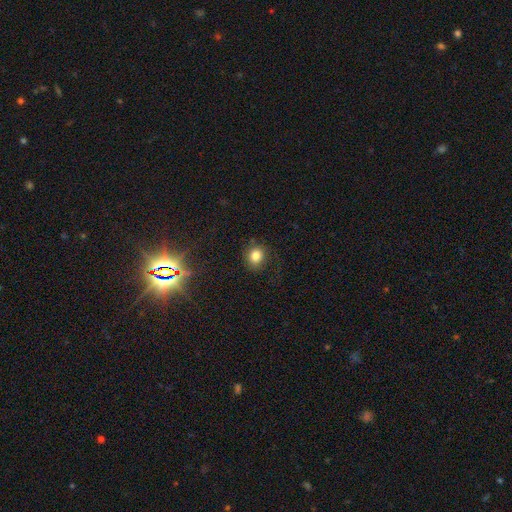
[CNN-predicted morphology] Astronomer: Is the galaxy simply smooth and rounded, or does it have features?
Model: smooth — 81%.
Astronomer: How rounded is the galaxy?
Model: round — 75%.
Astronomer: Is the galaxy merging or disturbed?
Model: none — 81%.